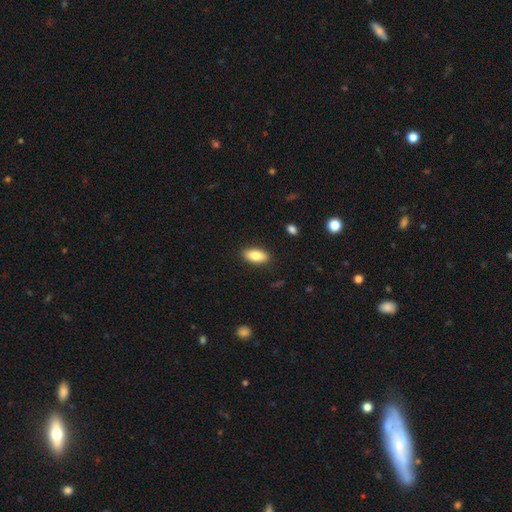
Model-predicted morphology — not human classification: smooth-or-featured: smooth: 85% | featured or disk: 8% | star or artifact: 7%
  how-rounded: in between: 88% | cigar-shaped: 8% | round: 3%
  merging: none: 88% | minor disturbance: 9% | major disturbance: 2% | merger: 1%